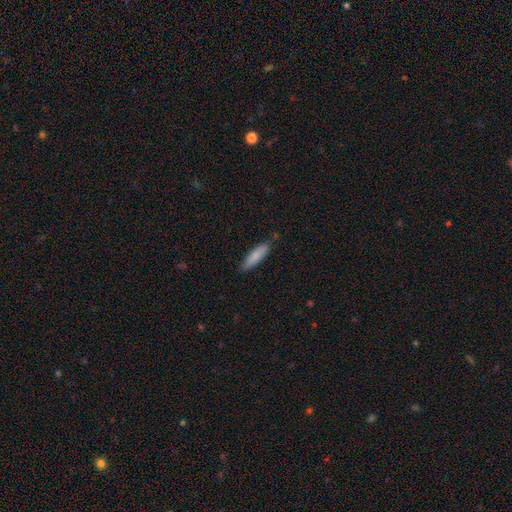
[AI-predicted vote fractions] smooth-or-featured: smooth: 82% | featured or disk: 12% | star or artifact: 6%
  how-rounded: cigar-shaped: 66% | in between: 33% | round: 1%
  merging: none: 80% | minor disturbance: 15% | major disturbance: 2% | merger: 2%